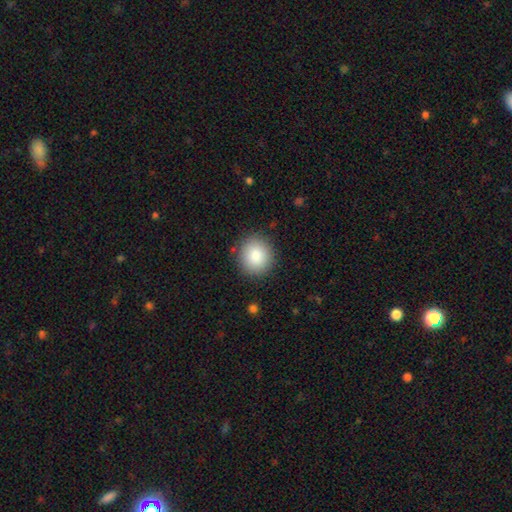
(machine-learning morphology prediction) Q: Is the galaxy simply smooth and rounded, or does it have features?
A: smooth — 85%.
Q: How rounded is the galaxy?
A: round — 85%.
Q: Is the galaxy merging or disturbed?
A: none — 88%.